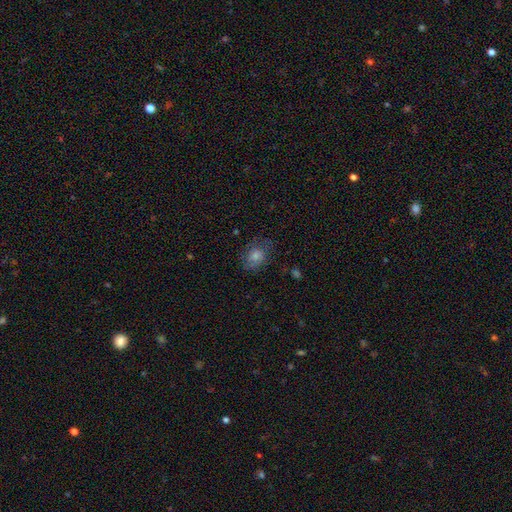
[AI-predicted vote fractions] Overall: smooth (54%; featured or disk 28%). How rounded: in between (50%; round 48%). Merging: none (72%).